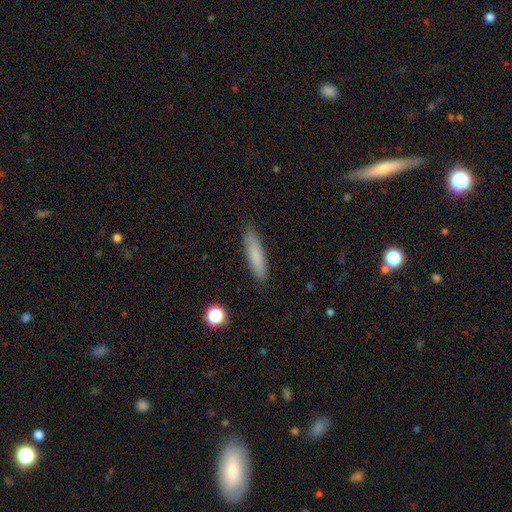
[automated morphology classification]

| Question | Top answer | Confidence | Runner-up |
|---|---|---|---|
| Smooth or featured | smooth | 79% | featured or disk (14%) |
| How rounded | cigar-shaped | 83% | in between (16%) |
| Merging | none | 87% | minor disturbance (10%) |